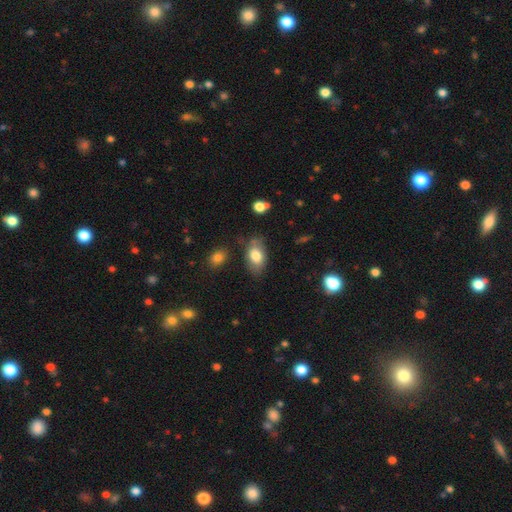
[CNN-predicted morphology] Smooth or featured: smooth — 77% (featured or disk — 16%)
How rounded: in between — 90% (round — 8%)
Merging: none — 69% (minor disturbance — 21%)